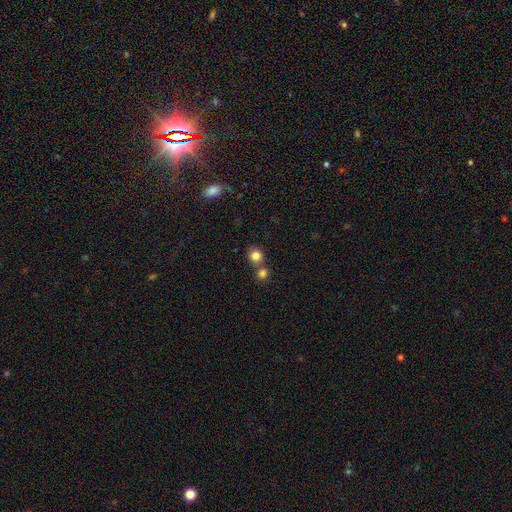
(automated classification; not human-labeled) The model was most divided on "merging": none: 62%, merger: 29%, minor disturbance: 7%, major disturbance: 3%. More confident: how rounded — round (87%); smooth or featured — smooth (83%).